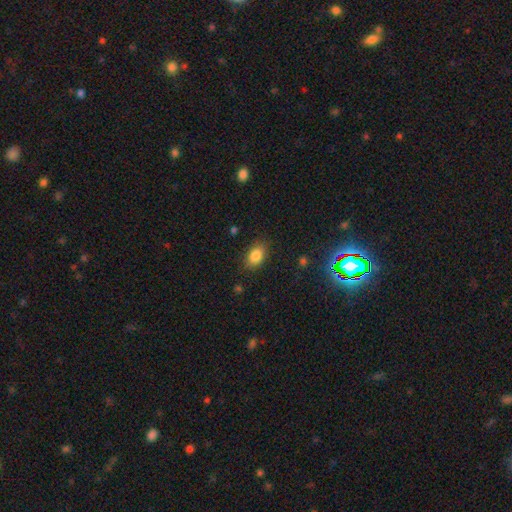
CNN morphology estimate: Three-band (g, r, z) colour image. It shows a smooth galaxy with no disk features (84%) that is in between round and cigar-shaped (86%). Merging: none (84%).